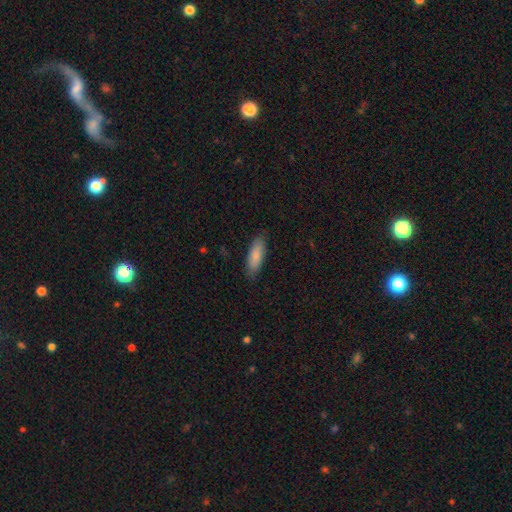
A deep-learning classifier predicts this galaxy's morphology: Smooth or featured? Predicted: smooth (p=0.83). How rounded? Predicted: in between (p=0.63). Merging? Predicted: none (p=0.81).